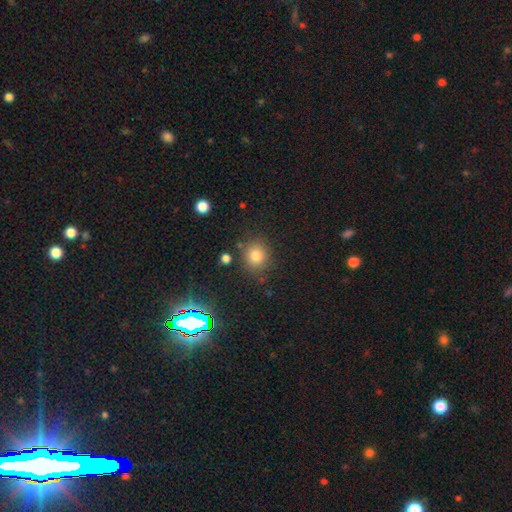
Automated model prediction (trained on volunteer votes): This is clearly a smooth galaxy (80%). How rounded: clearly round (84%). Merging: clearly none (82%).